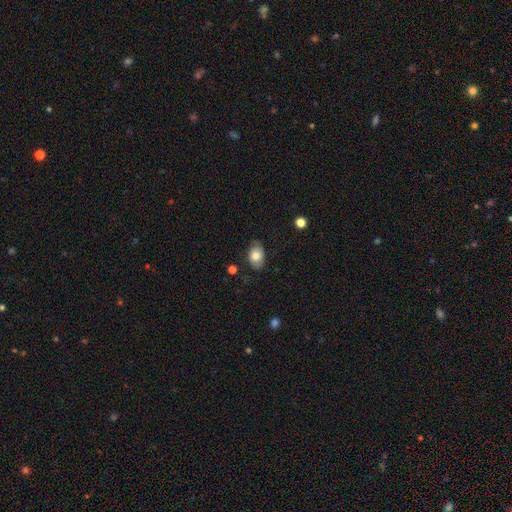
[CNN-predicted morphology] This appears to be a smooth galaxy with no disk features (78%) that is in between round and cigar-shaped (83%). Merging: none (80%).